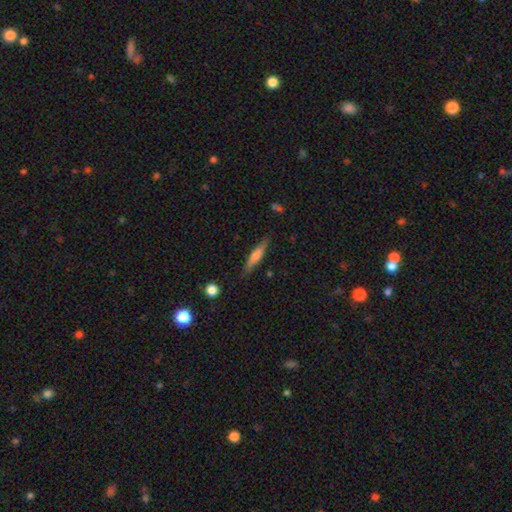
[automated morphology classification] Q: Smooth or featured?
A: smooth (54%); runner-up: featured or disk (39%)
Q: How rounded?
A: cigar-shaped (87%); runner-up: in between (11%)
Q: Merging?
A: none (85%); runner-up: minor disturbance (11%)